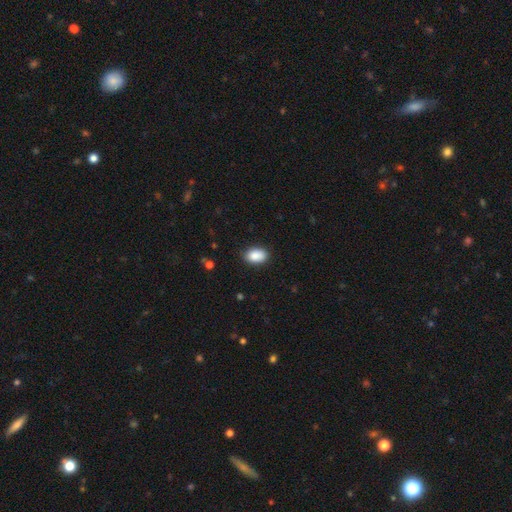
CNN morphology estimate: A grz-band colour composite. It shows a smooth galaxy with no disk features (89%) that is in between round and cigar-shaped (89%). Merging: none (85%).